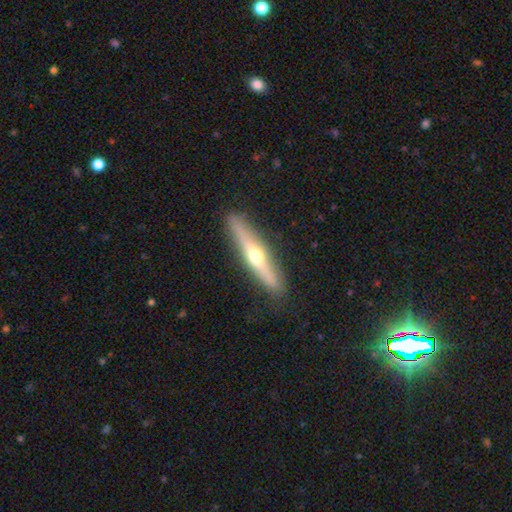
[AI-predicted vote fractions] A featured or disk galaxy (64%) viewed edge-on (95%) with a rounded central bulge (92%).

Vote fractions:
- Smooth or featured? featured or disk: 64% / smooth: 31% / star or artifact: 6%
- Edge-on disk? yes: 95% / no: 5%
- Edge-on bulge? rounded: 92% / none: 6% / boxy: 2%
- Merging? none: 89% / minor disturbance: 8% / major disturbance: 2% / merger: 1%